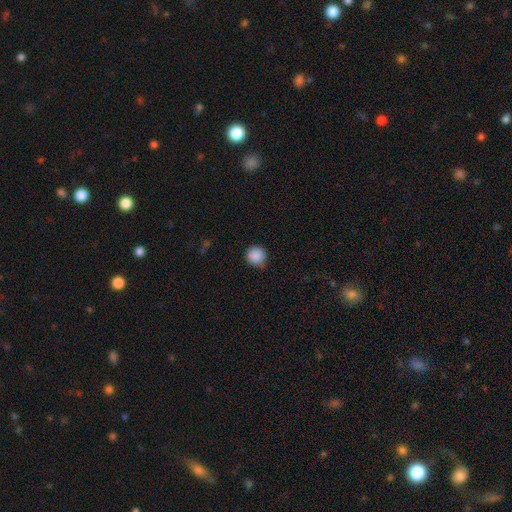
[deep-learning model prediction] smooth-or-featured: smooth: 88% | star or artifact: 9% | featured or disk: 3%
  how-rounded: round: 94% | in between: 5% | cigar-shaped: 1%
  merging: none: 83% | minor disturbance: 13% | major disturbance: 2% | merger: 1%